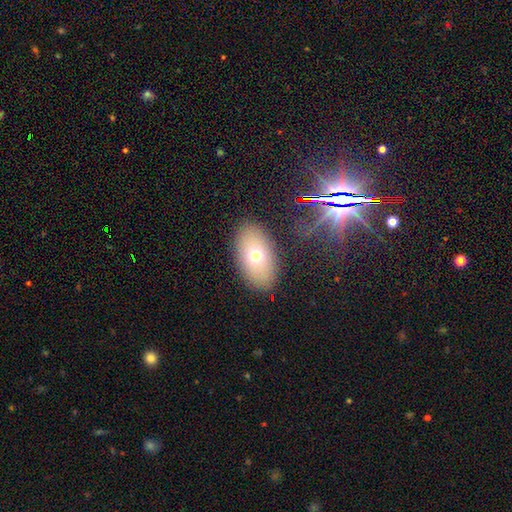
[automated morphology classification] This appears to be a smooth galaxy with no disk features (69%) that is in between round and cigar-shaped (89%). Merging: none (86%).